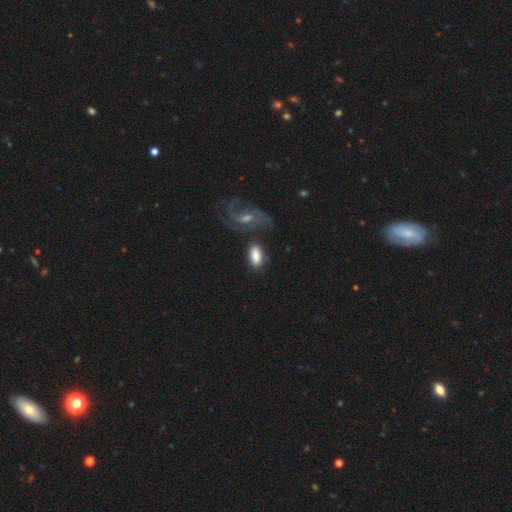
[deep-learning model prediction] Q: Smooth or featured?
A: smooth (82%); runner-up: featured or disk (11%)
Q: How rounded?
A: in between (91%); runner-up: cigar-shaped (5%)
Q: Merging?
A: none (62%); runner-up: minor disturbance (18%)